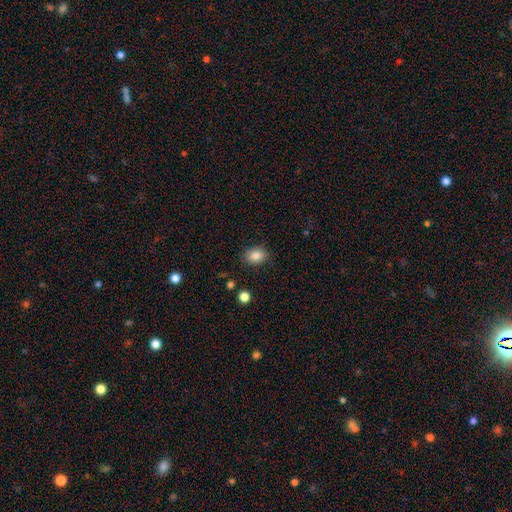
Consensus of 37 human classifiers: Morphology: type=smooth (84%); roundness=in between (81%); merging=none (94%).